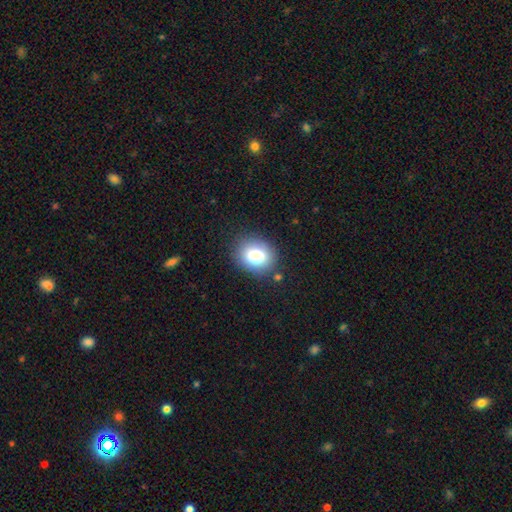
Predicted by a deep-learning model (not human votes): The model was most divided on "how rounded": round: 54%, in between: 45%, cigar-shaped: 1%. More confident: merging — none (84%); smooth or featured — smooth (80%).